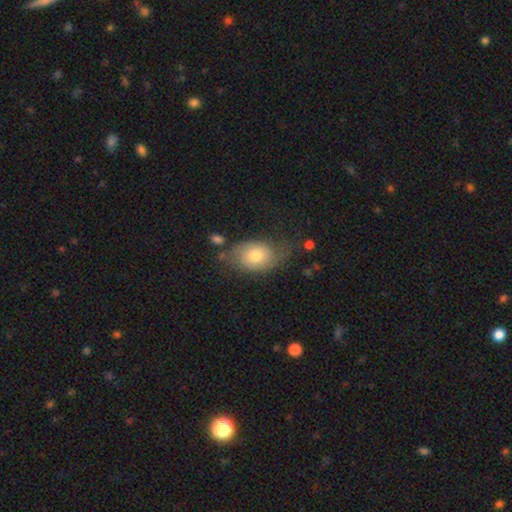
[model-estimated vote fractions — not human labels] smooth 58%, featured or disk 34%, star or artifact 8%. Down the decision tree: how rounded — in between (75%); merging — none (53%).